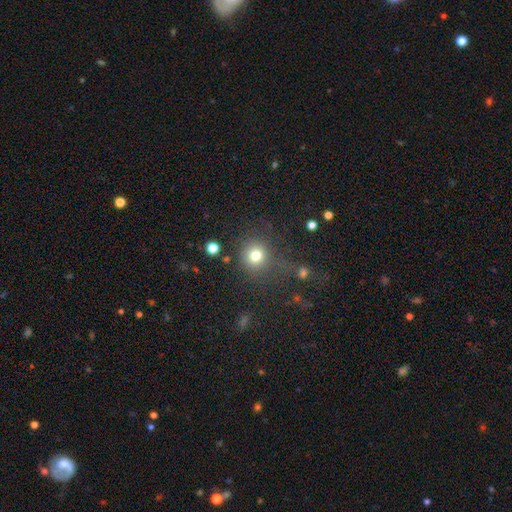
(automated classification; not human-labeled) smooth_or_featured: smooth (p=0.77) [alt: star or artifact p=0.16]
how_rounded: round (p=0.90) [alt: in between p=0.09]
merging: none (p=0.73) [alt: minor disturbance p=0.12]